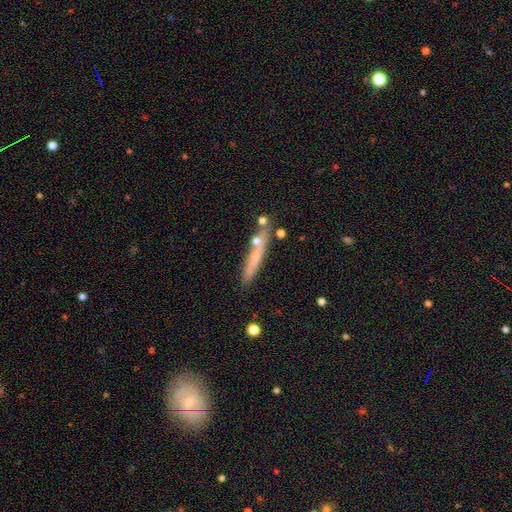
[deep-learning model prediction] Smooth or featured: smooth — 54% (featured or disk — 36%)
How rounded: cigar-shaped — 92% (in between — 6%)
Merging: none — 76% (minor disturbance — 14%)